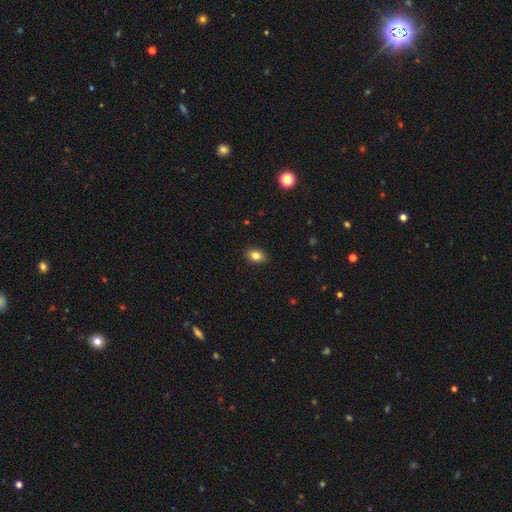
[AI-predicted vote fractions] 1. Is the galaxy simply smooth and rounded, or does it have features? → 82% smooth, 9% star or artifact, 8% featured or disk.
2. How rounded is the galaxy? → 78% in between, 21% round, 1% cigar-shaped.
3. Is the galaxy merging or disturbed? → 89% none, 9% minor disturbance, 2% major disturbance, 1% merger.